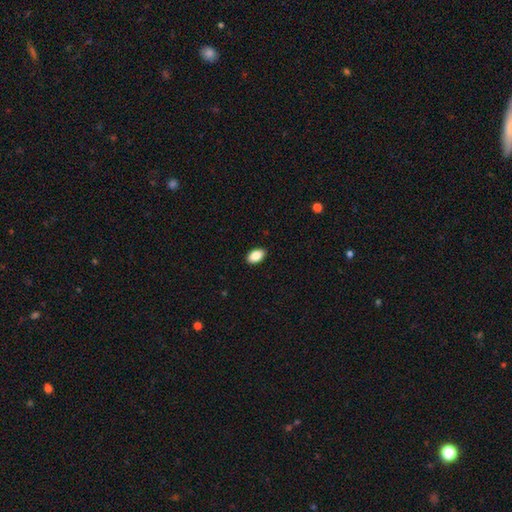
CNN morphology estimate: smooth_or_featured: smooth (p=0.87) [alt: star or artifact p=0.07]
how_rounded: in between (p=0.93) [alt: round p=0.06]
merging: none (p=0.90) [alt: minor disturbance p=0.08]